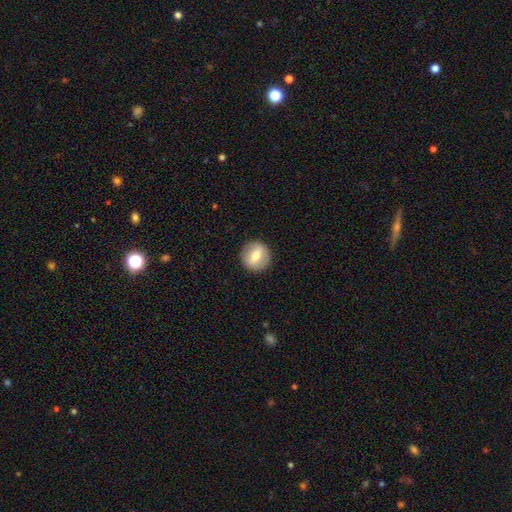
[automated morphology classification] smooth-or-featured: smooth: 58% | featured or disk: 34% | star or artifact: 8%
  how-rounded: round: 93% | in between: 6% | cigar-shaped: 1%
  merging: none: 90% | minor disturbance: 7% | major disturbance: 2% | merger: 1%